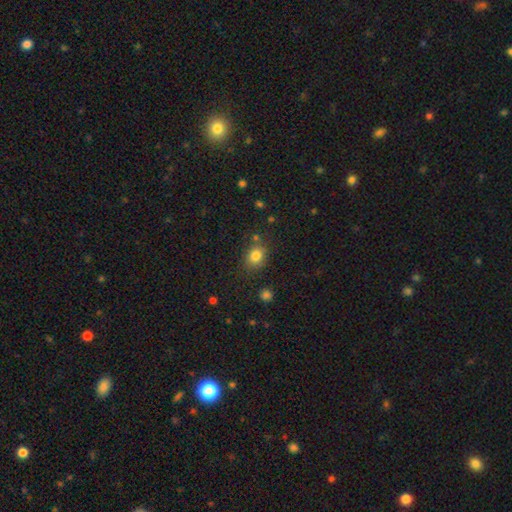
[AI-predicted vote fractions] Smooth or featured? smooth (82%)
How rounded? in between (55%)
Merging? none (76%)